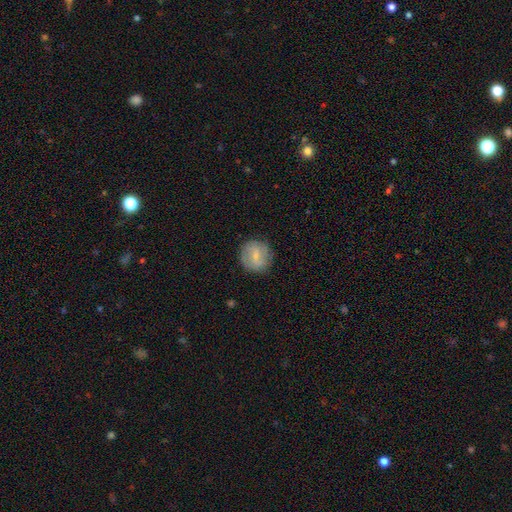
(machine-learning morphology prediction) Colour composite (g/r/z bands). It shows a smooth galaxy with no disk features (55%) that is round (89%). Merging: none (83%).